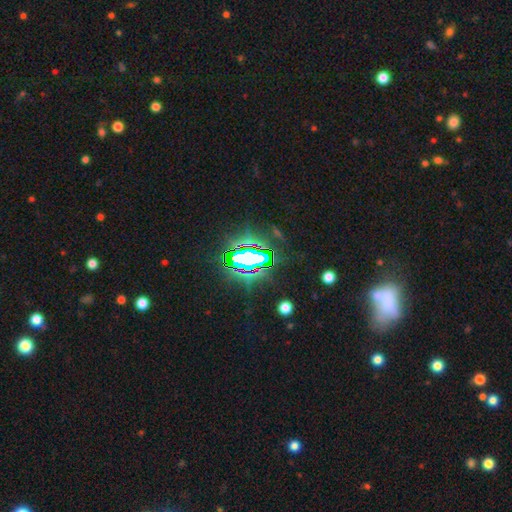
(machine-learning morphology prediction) A star or artifact, not a galaxy (76%).